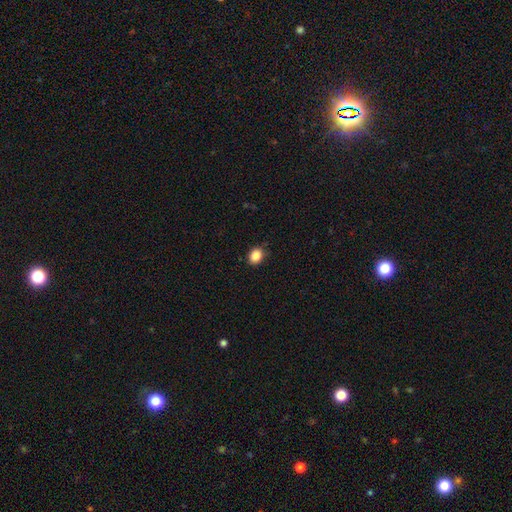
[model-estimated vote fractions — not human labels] Smooth or featured: smooth — 87% (star or artifact — 9%)
How rounded: round — 51% (in between — 48%)
Merging: none — 83% (minor disturbance — 13%)